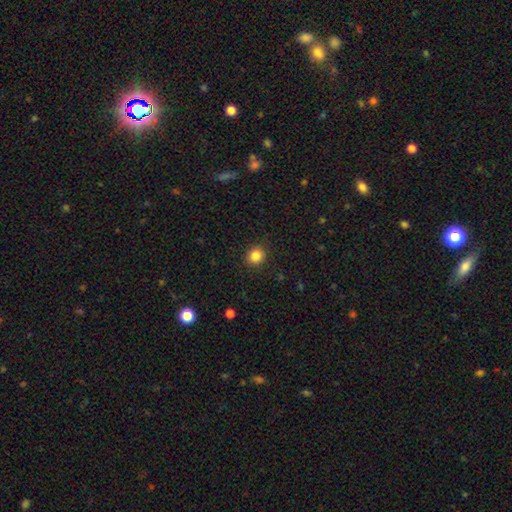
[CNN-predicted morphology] The model was most divided on "how rounded": round: 83%, in between: 16%, cigar-shaped: 1%. More confident: merging — none (91%); smooth or featured — smooth (85%).